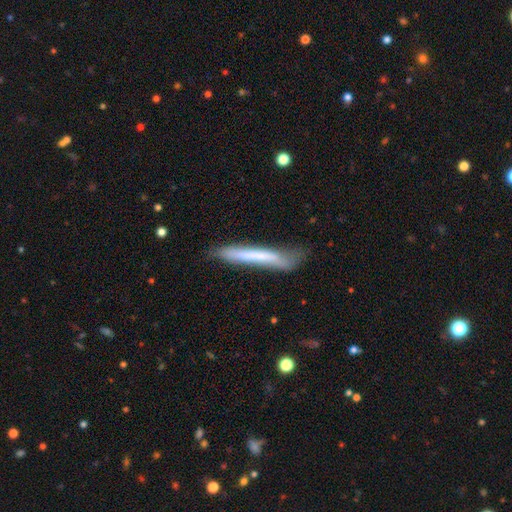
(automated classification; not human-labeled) A smooth galaxy with no disk features (59%) that is cigar-shaped (95%).

Vote fractions:
- Smooth or featured? smooth: 59% / featured or disk: 35% / star or artifact: 6%
- How rounded? cigar-shaped: 95% / in between: 4% / round: 1%
- Merging? none: 65% / minor disturbance: 24% / major disturbance: 8% / merger: 3%